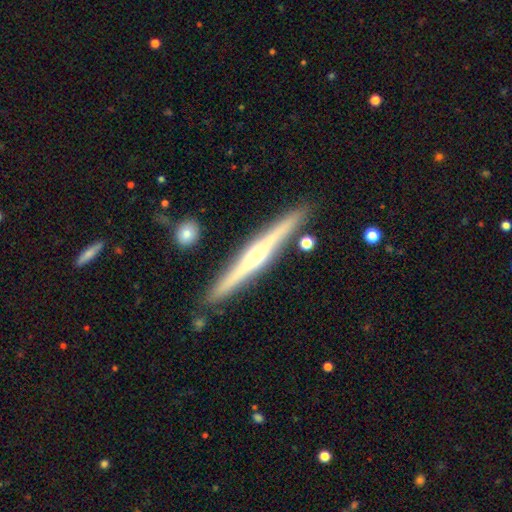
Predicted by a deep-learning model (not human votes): A featured or disk galaxy (74%) viewed edge-on (97%) with a rounded central bulge (79%). Merging: none (88%).